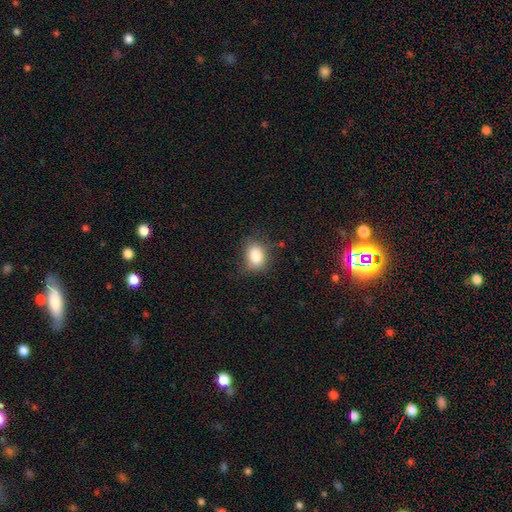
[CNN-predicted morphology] A smooth galaxy with no disk features (84%) that is in between round and cigar-shaped (68%). Merging: none (73%).